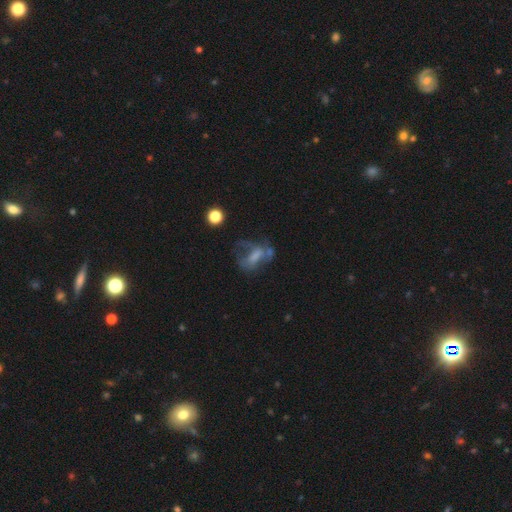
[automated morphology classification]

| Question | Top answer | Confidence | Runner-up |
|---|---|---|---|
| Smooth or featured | featured or disk | 46% | smooth (38%) |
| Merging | major disturbance | 38% | none (31%) |